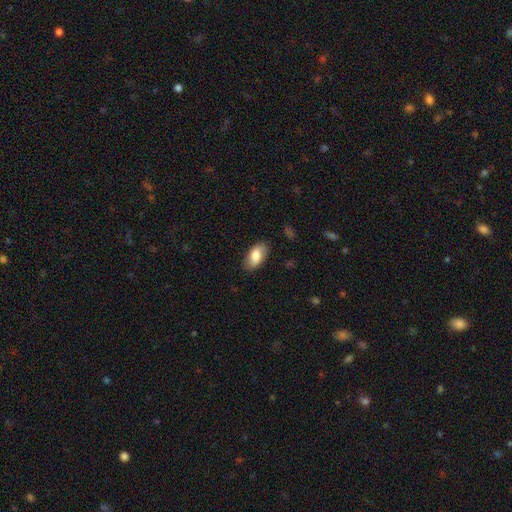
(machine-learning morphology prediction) A smooth galaxy with no disk features (78%) that is in between round and cigar-shaped (93%).

Vote fractions:
- Smooth or featured? smooth: 78% / featured or disk: 16% / star or artifact: 6%
- How rounded? in between: 93% / round: 4% / cigar-shaped: 3%
- Merging? none: 84% / minor disturbance: 12% / major disturbance: 3% / merger: 1%